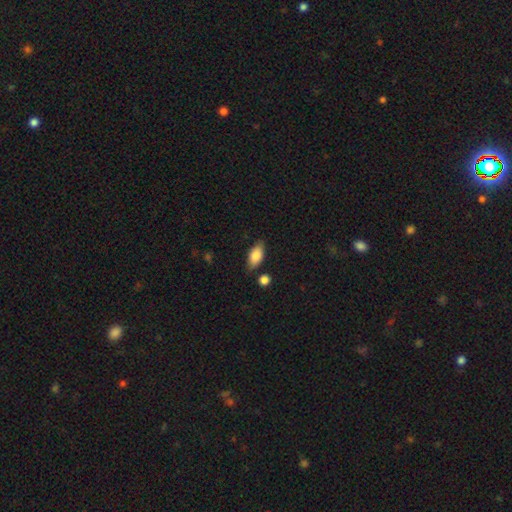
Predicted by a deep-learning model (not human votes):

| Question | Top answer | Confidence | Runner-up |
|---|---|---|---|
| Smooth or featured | smooth | 81% | featured or disk (12%) |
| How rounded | in between | 89% | cigar-shaped (8%) |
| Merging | none | 81% | minor disturbance (13%) |